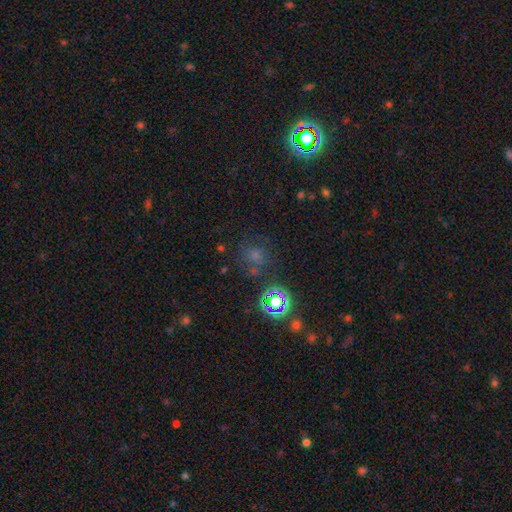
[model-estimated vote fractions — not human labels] smooth-or-featured: smooth: 45% | star or artifact: 43% | featured or disk: 13%
  merging: none: 68% | minor disturbance: 15% | major disturbance: 9% | merger: 7%